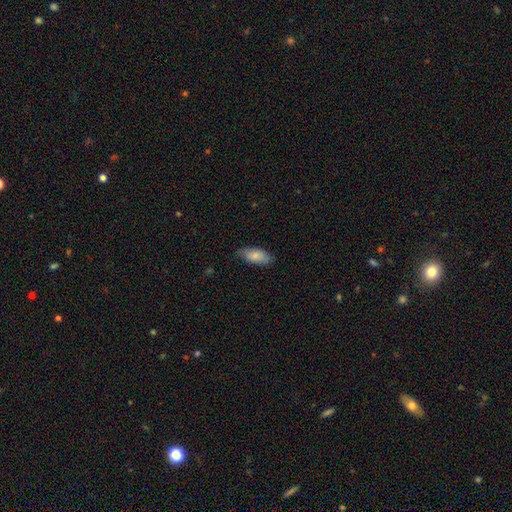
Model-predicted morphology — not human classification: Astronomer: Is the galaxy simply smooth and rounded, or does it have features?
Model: smooth — 78%.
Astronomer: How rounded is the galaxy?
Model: in between — 87%.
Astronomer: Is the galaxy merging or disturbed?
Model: none — 77%.